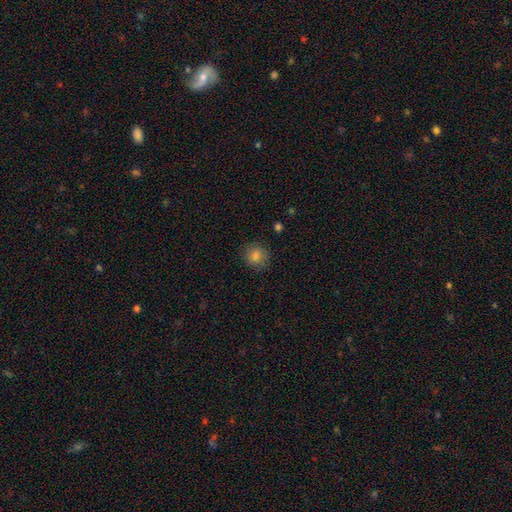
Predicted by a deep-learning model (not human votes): Overall: smooth (81%). How rounded: round (85%). Merging: none (87%).